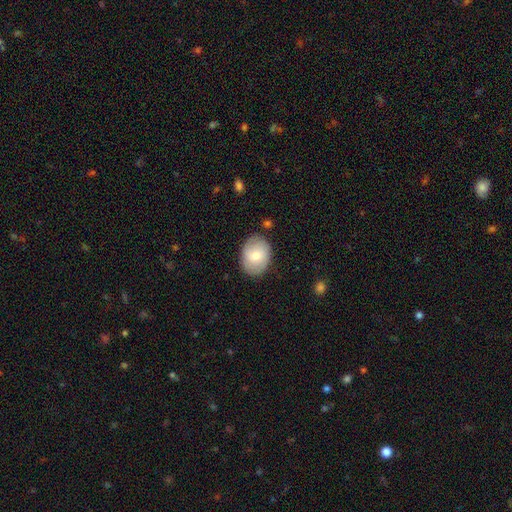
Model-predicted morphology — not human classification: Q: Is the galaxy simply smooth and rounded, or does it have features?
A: smooth — 72%.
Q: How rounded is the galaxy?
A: in between — 63%.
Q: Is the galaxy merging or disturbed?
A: none — 81%.